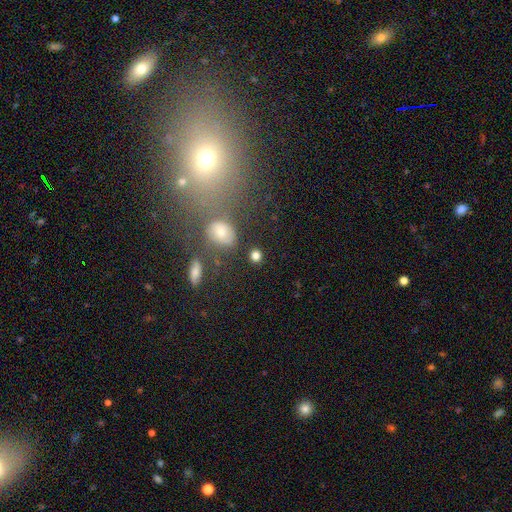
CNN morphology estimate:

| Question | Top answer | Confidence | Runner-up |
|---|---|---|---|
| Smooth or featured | smooth | 80% | star or artifact (13%) |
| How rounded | round | 75% | in between (23%) |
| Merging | none | 79% | minor disturbance (10%) |